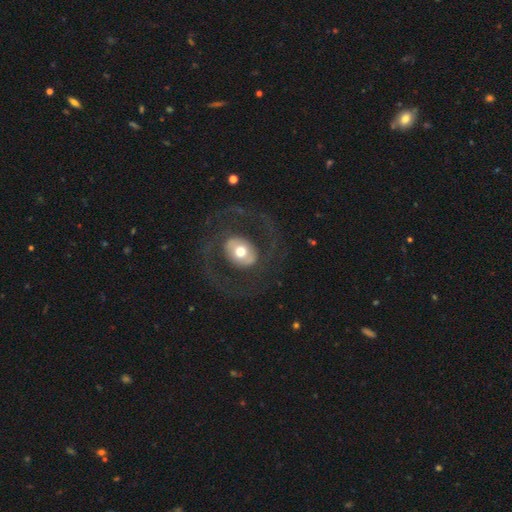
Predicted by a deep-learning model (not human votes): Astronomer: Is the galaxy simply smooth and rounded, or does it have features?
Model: featured or disk — 72%.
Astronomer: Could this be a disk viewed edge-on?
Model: no — 95%.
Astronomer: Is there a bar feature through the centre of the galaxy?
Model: no — 62%.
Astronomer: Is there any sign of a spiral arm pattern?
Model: yes — 57% (runner-up: no, 43%).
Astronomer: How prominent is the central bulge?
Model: moderate — 58%.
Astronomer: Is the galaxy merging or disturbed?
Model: none — 80%.